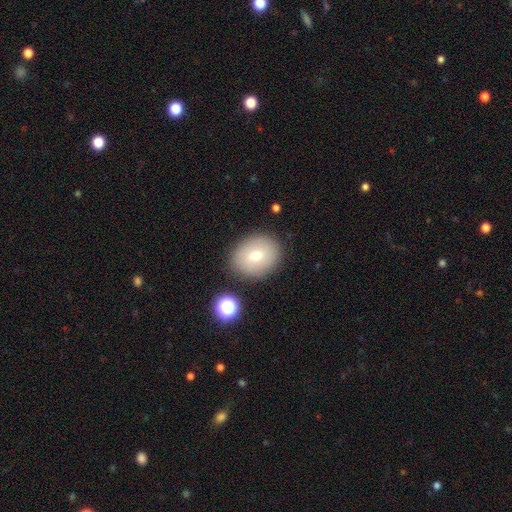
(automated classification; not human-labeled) This appears to be a smooth galaxy with no disk features (71%) that is round (55%). Merging: none (84%).